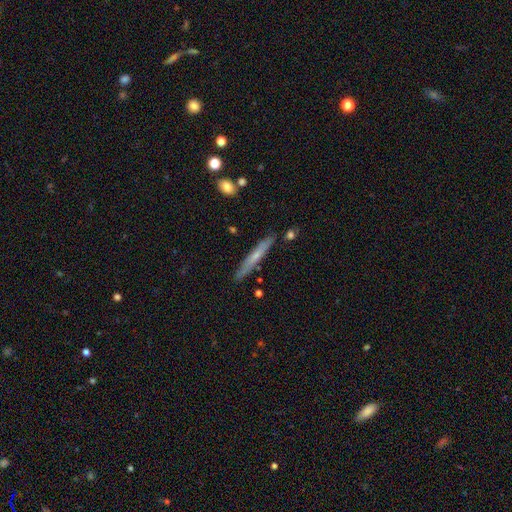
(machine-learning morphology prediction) Smooth or featured?
  - featured or disk: 49% *
  - smooth: 45%
  - star or artifact: 6%
Merging?
  - none: 86% *
  - minor disturbance: 10%
  - merger: 2%
  - major disturbance: 2%